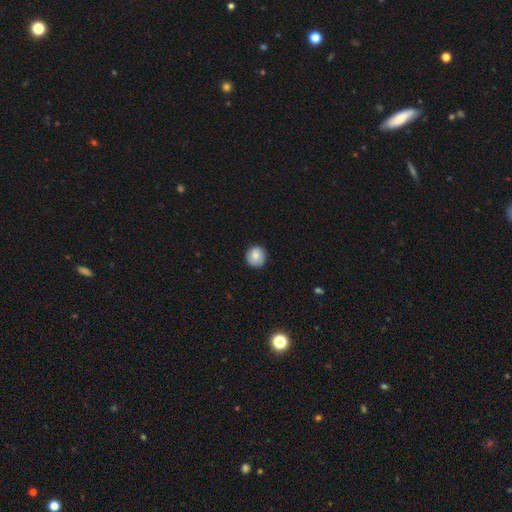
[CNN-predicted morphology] A smooth galaxy with no disk features (70%) that is round (90%).

Vote fractions:
- Smooth or featured? smooth: 70% / featured or disk: 22% / star or artifact: 8%
- How rounded? round: 90% / in between: 9% / cigar-shaped: 1%
- Merging? none: 85% / minor disturbance: 11% / major disturbance: 2% / merger: 1%